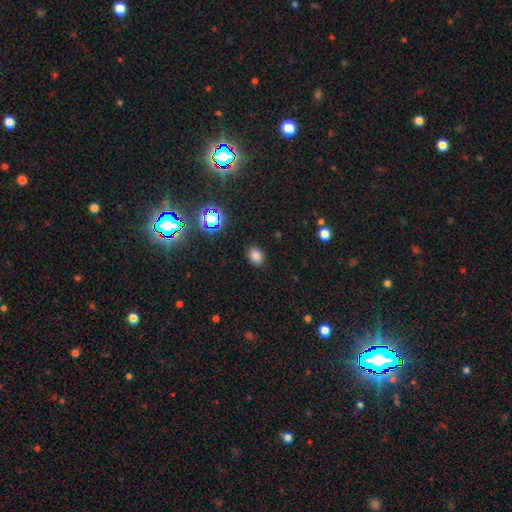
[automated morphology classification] A smooth galaxy with no disk features (79%) that is in between round and cigar-shaped (60%).

Vote fractions:
- Smooth or featured? smooth: 79% / star or artifact: 17% / featured or disk: 5%
- How rounded? in between: 60% / round: 39% / cigar-shaped: 1%
- Merging? none: 88% / minor disturbance: 8% / major disturbance: 3% / merger: 1%